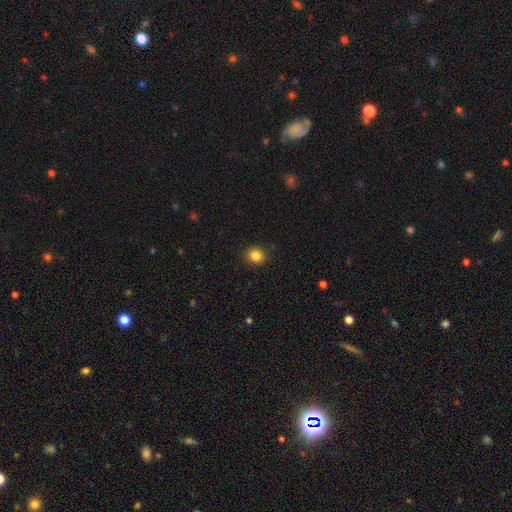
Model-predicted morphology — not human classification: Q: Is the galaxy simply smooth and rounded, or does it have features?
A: smooth — 85%.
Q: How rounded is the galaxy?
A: round — 74%.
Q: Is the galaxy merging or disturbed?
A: none — 90%.